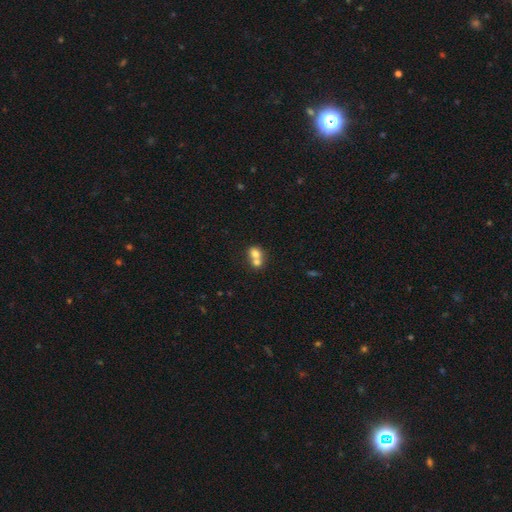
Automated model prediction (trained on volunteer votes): Q: Smooth or featured?
A: smooth (73%); runner-up: featured or disk (17%)
Q: How rounded?
A: round (60%); runner-up: in between (38%)
Q: Merging?
A: merger (69%); runner-up: none (23%)